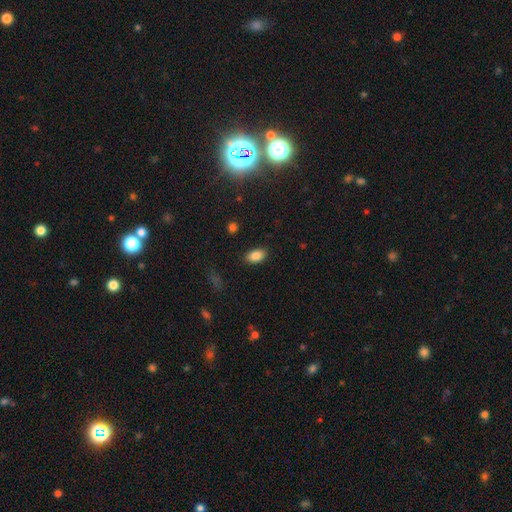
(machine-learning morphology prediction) smooth_or_featured: smooth (p=0.86) [alt: star or artifact p=0.09]
how_rounded: in between (p=0.90) [alt: round p=0.07]
merging: none (p=0.85) [alt: minor disturbance p=0.11]